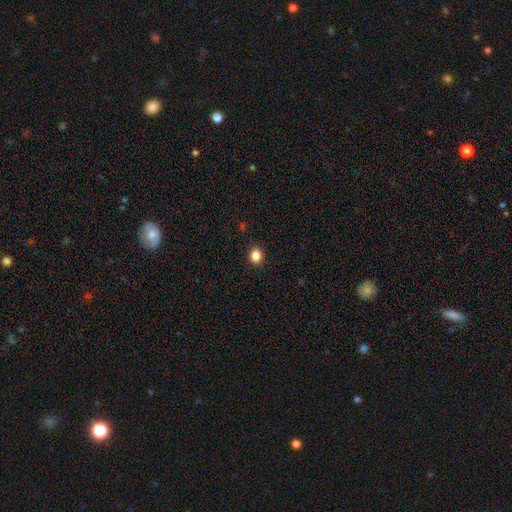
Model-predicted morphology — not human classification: type=smooth (86%); roundness=round (54%); merging=none (90%).